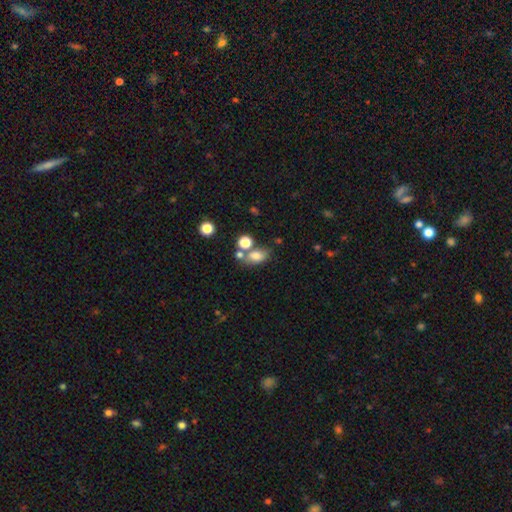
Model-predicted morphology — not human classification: Overall: smooth (76%). How rounded: in between (77%). Merging: none (53%; merger 26%).